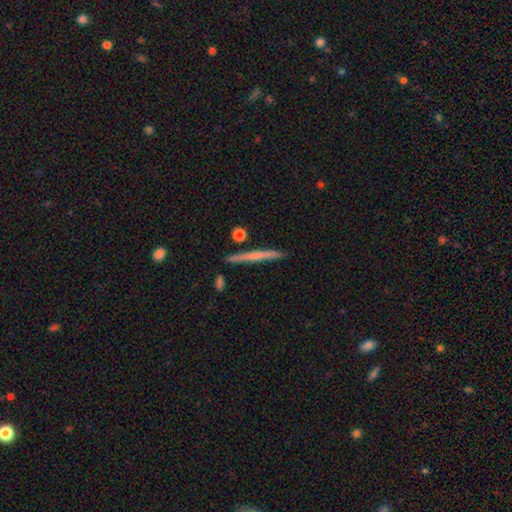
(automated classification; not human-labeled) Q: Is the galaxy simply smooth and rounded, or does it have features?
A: featured or disk — 50%.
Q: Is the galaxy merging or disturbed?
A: none — 90%.